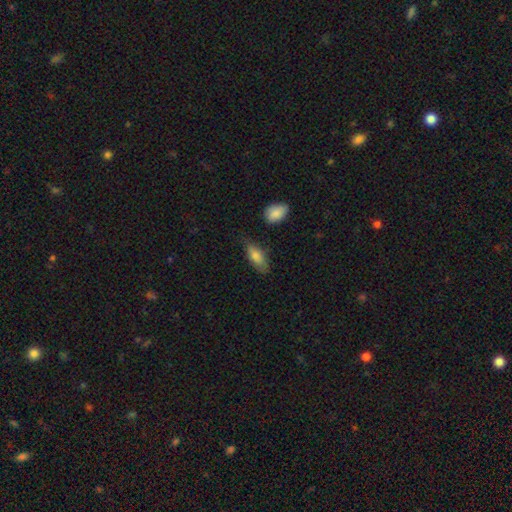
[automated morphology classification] Overall: smooth (79%). How rounded: in between (80%). Merging: none (66%; minor disturbance 26%).